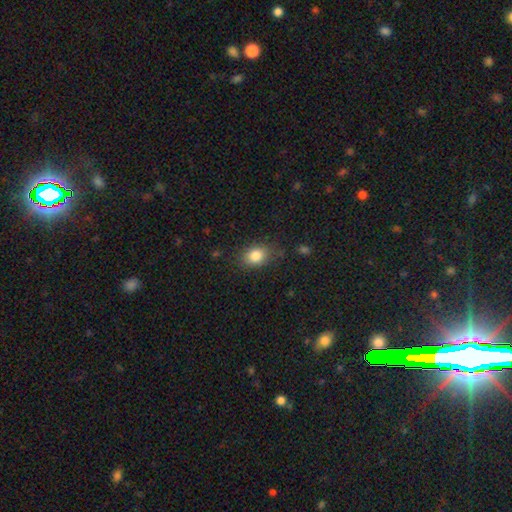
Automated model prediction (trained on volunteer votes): The model was most divided on "how rounded": in between: 66%, round: 33%, cigar-shaped: 1%. More confident: smooth or featured — smooth (83%); merging — none (77%).